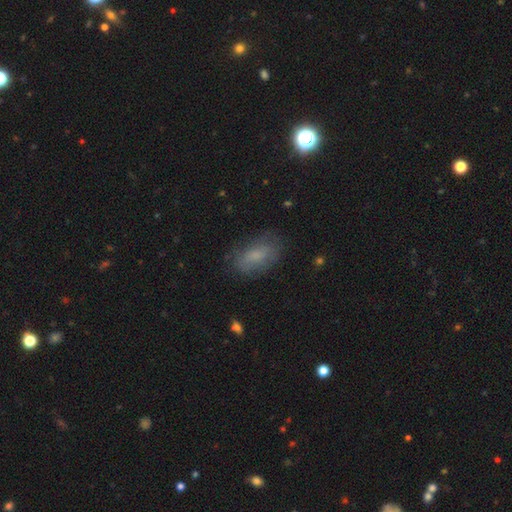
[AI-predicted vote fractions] This appears to be a smooth galaxy with no disk features (67%) that is in between round and cigar-shaped (89%). Merging: none (73%).